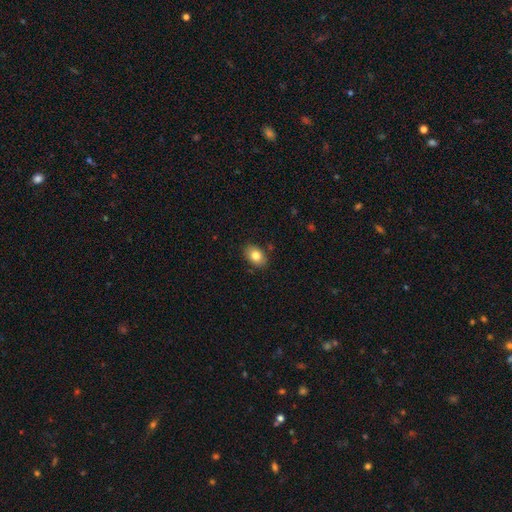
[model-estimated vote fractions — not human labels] Smooth or featured? smooth (82%)
How rounded? in between (81%)
Merging? none (86%)